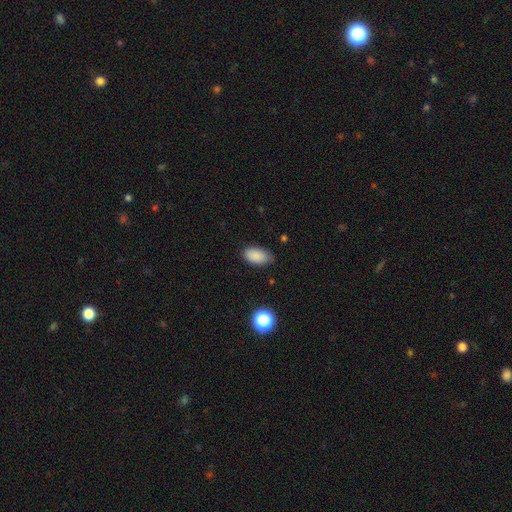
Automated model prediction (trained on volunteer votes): smooth_or_featured: smooth (p=0.87) [alt: star or artifact p=0.09]
how_rounded: in between (p=0.93) [alt: round p=0.05]
merging: none (p=0.72) [alt: minor disturbance p=0.23]